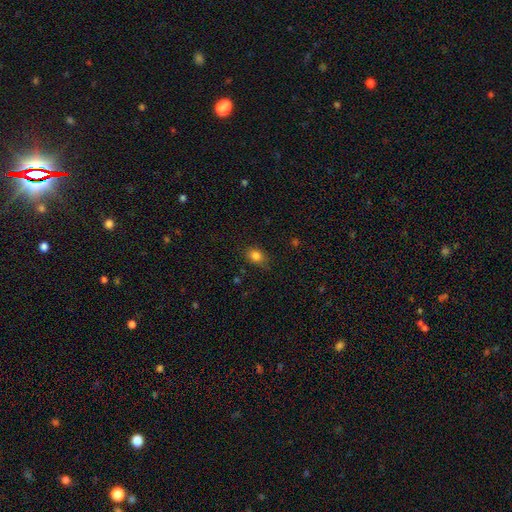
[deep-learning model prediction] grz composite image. It shows a smooth galaxy with no disk features (83%) that is in between round and cigar-shaped (58%). Merging: none (78%).